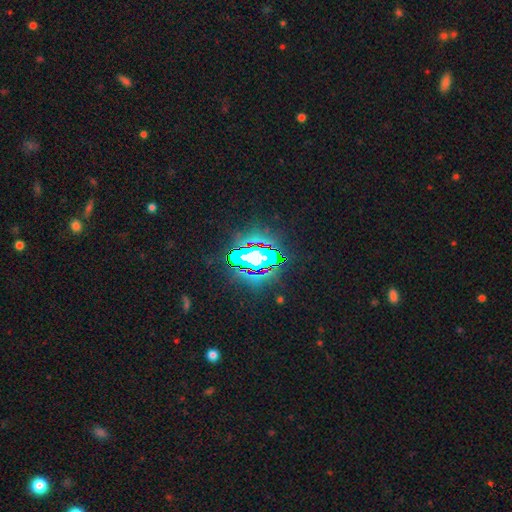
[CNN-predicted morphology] A star or artifact, not a galaxy (77%).

Vote fractions:
- Smooth or featured? star or artifact: 77% / featured or disk: 12% / smooth: 11%